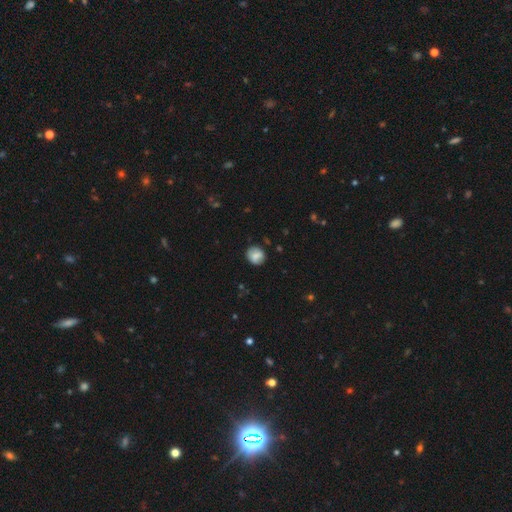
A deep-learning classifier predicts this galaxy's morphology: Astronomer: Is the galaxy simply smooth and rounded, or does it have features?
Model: smooth — 77%.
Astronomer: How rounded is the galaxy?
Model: round — 81%.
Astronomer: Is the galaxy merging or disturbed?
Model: none — 82%.